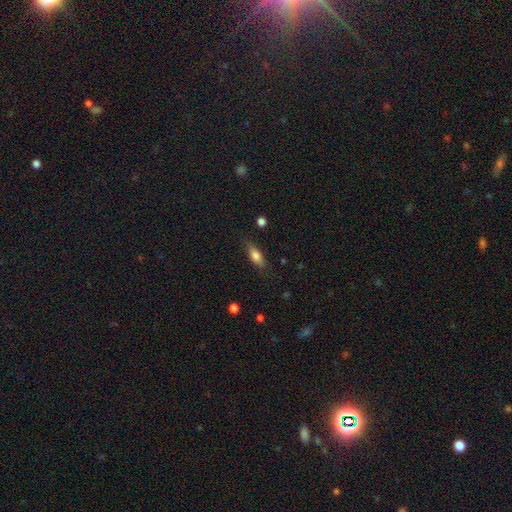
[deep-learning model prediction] Smooth or featured: smooth — 74% (featured or disk — 19%)
How rounded: in between — 68% (cigar-shaped — 29%)
Merging: none — 82% (minor disturbance — 13%)